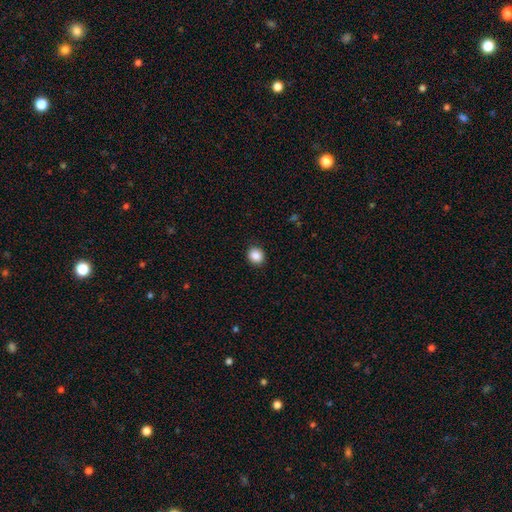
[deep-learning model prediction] This appears to be a smooth galaxy with no disk features (88%) that is round (79%). Merging: none (91%).